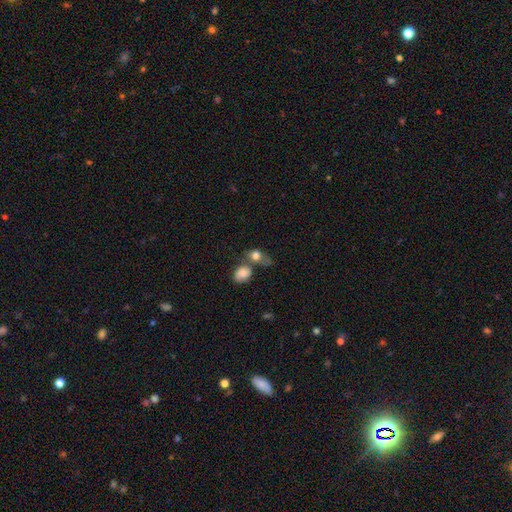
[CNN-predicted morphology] Overall: smooth (74%). How rounded: in between (54%; round 43%). Merging: merger (46%; none 29%).